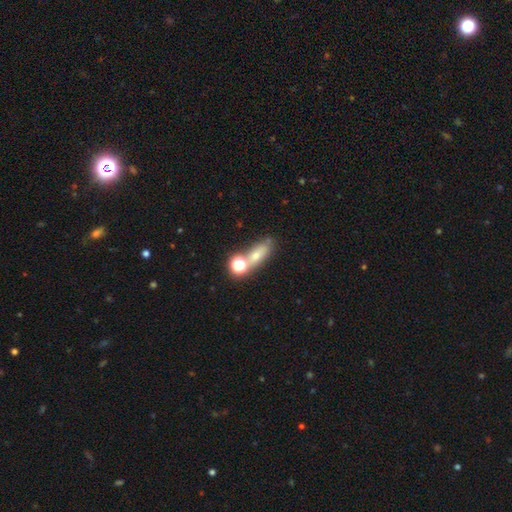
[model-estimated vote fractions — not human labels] Smooth or featured? Predicted: smooth (p=0.61). How rounded? Predicted: in between (p=0.52). Merging? Predicted: none (p=0.54).